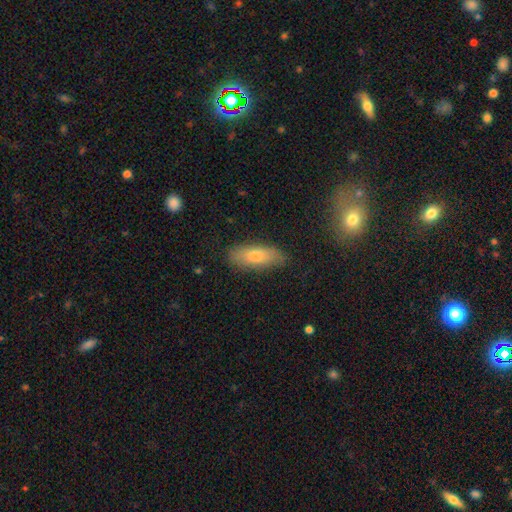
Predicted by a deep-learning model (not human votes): A smooth galaxy with no disk features (72%) that is in between round and cigar-shaped (62%).

Vote fractions:
- Smooth or featured? smooth: 72% / featured or disk: 21% / star or artifact: 7%
- How rounded? in between: 62% / cigar-shaped: 35% / round: 3%
- Merging? none: 83% / minor disturbance: 13% / major disturbance: 3% / merger: 2%